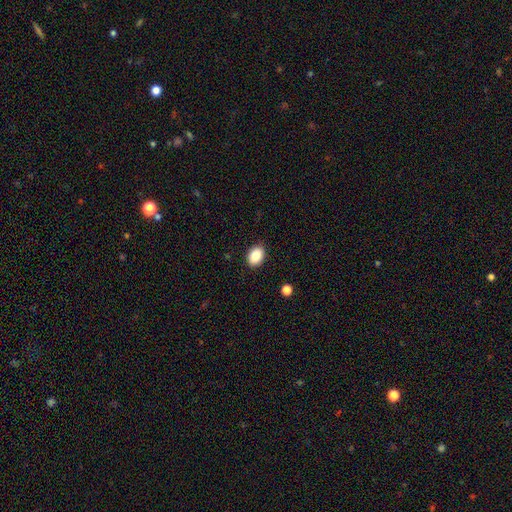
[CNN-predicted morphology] This is clearly a smooth galaxy (87%). How rounded: likely in between (79%). Merging: clearly none (89%).